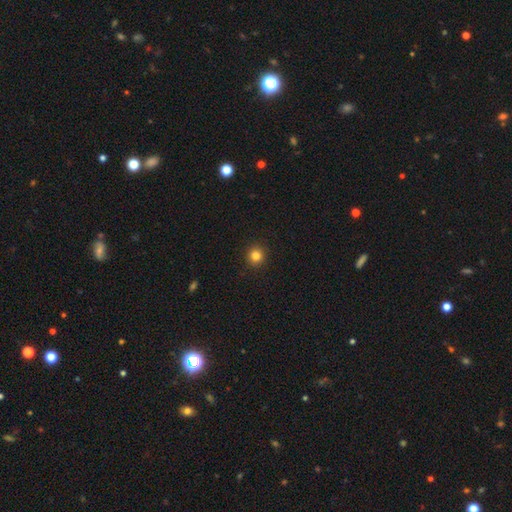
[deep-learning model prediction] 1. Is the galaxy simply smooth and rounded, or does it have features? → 83% smooth, 12% star or artifact, 5% featured or disk.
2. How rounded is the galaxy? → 94% round, 6% in between, 1% cigar-shaped.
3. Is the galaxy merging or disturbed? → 92% none, 5% minor disturbance, 2% major disturbance, 1% merger.